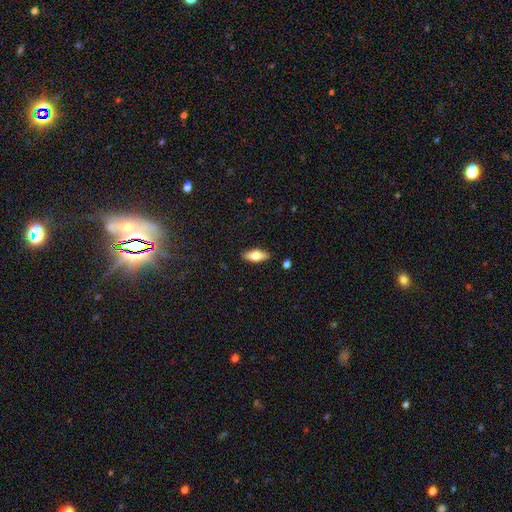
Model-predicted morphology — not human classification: smooth-or-featured: smooth: 72% | featured or disk: 22% | star or artifact: 6%
  how-rounded: in between: 75% | cigar-shaped: 22% | round: 3%
  merging: none: 87% | minor disturbance: 9% | major disturbance: 2% | merger: 1%